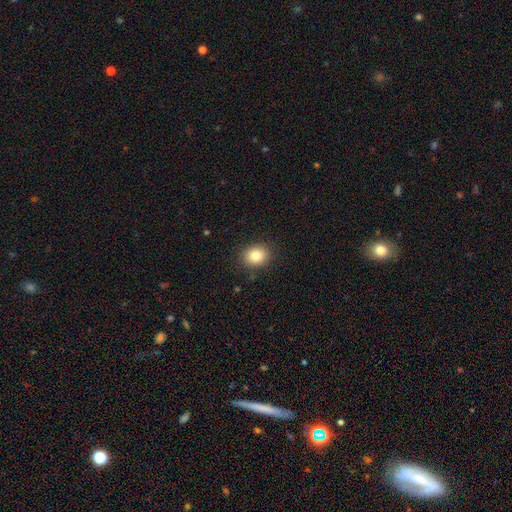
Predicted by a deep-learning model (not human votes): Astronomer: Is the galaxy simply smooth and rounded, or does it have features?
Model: smooth — 84%.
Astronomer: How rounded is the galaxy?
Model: round — 56% (runner-up: in between, 43%).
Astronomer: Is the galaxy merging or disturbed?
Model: none — 87%.